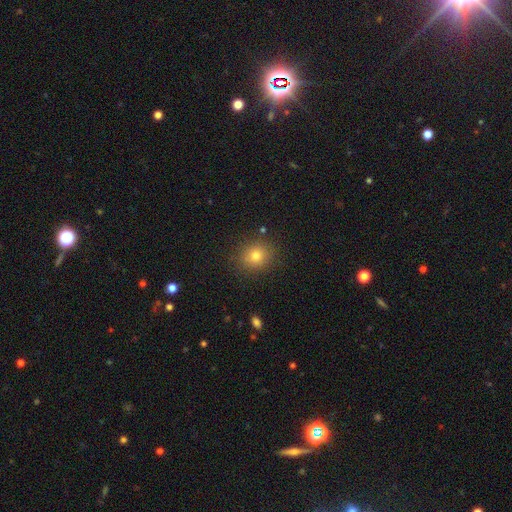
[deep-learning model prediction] Smooth or featured? Predicted: smooth (p=0.78). How rounded? Predicted: round (p=0.76). Merging? Predicted: none (p=0.87).